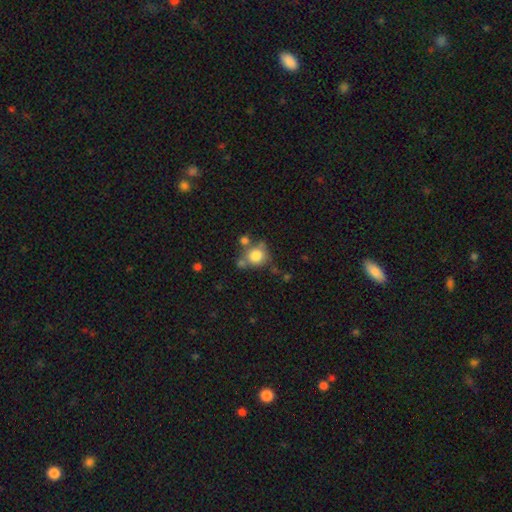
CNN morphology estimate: This appears to be a smooth galaxy with no disk features (78%) that is round (83%). Merging: none (56%).